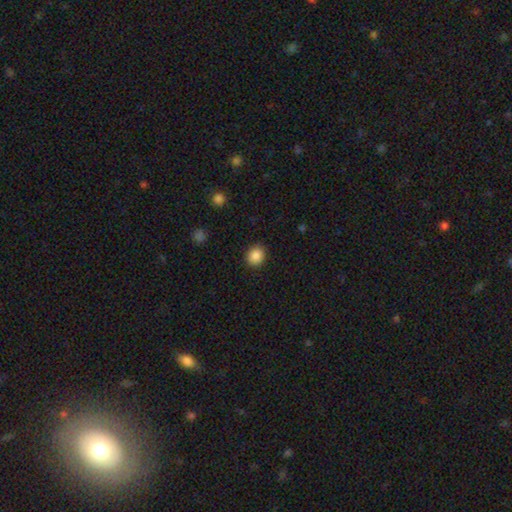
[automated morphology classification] Q: Smooth or featured?
A: smooth (88%); runner-up: star or artifact (9%)
Q: How rounded?
A: round (75%); runner-up: in between (24%)
Q: Merging?
A: none (90%); runner-up: minor disturbance (7%)